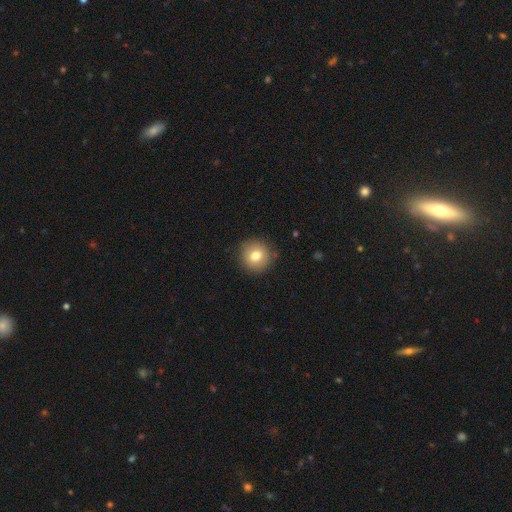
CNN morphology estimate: smooth-or-featured: smooth: 78% | featured or disk: 13% | star or artifact: 10%
  how-rounded: round: 92% | in between: 7% | cigar-shaped: 1%
  merging: none: 89% | minor disturbance: 8% | major disturbance: 2% | merger: 1%